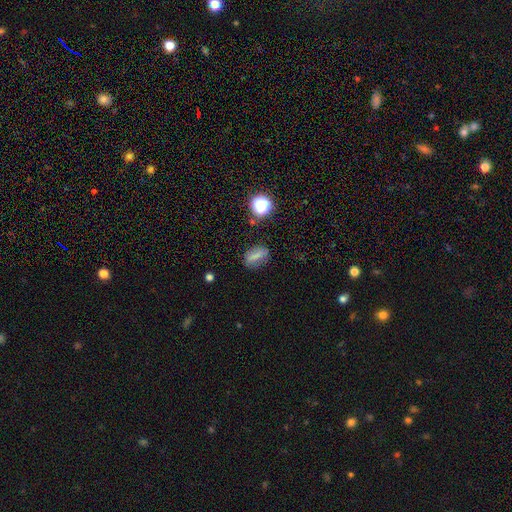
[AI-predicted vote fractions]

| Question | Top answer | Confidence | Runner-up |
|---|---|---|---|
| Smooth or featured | smooth | 67% | featured or disk (16%) |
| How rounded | in between | 70% | round (17%) |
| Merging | none | 73% | minor disturbance (18%) |